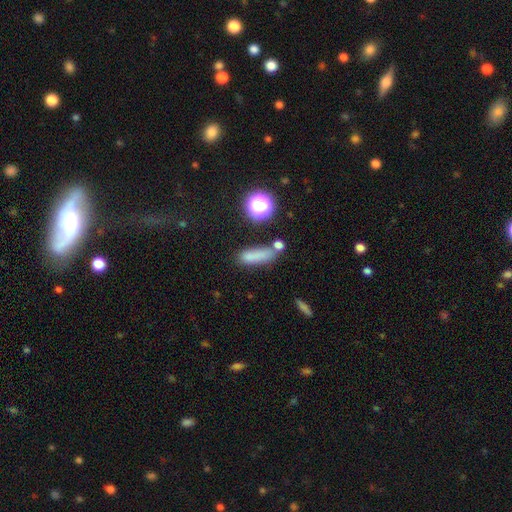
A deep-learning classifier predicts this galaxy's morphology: Smooth or featured?
  - smooth: 73% *
  - star or artifact: 17%
  - featured or disk: 10%
How rounded?
  - cigar-shaped: 56% *
  - in between: 35%
  - round: 9%
Merging?
  - none: 64% *
  - minor disturbance: 18%
  - merger: 12%
  - major disturbance: 7%